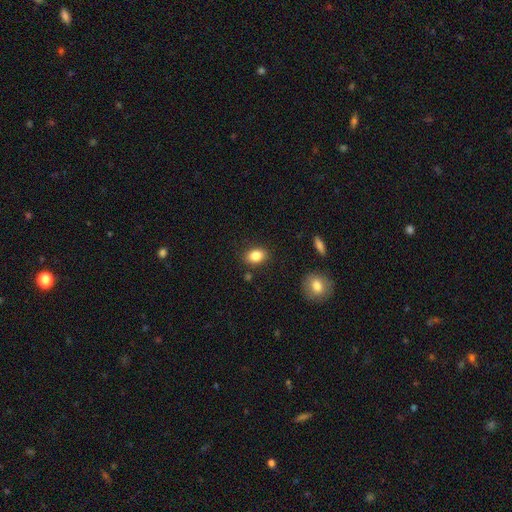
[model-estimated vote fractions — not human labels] smooth-or-featured: smooth: 85% | star or artifact: 9% | featured or disk: 6%
  how-rounded: in between: 75% | round: 23% | cigar-shaped: 1%
  merging: none: 85% | minor disturbance: 10% | major disturbance: 3% | merger: 3%